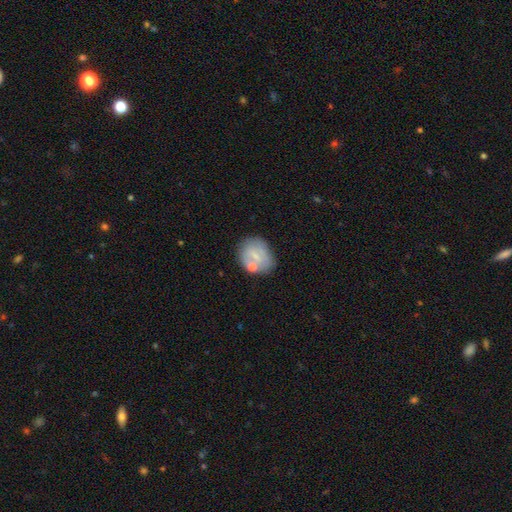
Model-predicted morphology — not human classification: smooth-or-featured: smooth: 58% | featured or disk: 34% | star or artifact: 8%
  how-rounded: round: 53% | in between: 46% | cigar-shaped: 1%
  merging: none: 59% | minor disturbance: 20% | merger: 14% | major disturbance: 7%